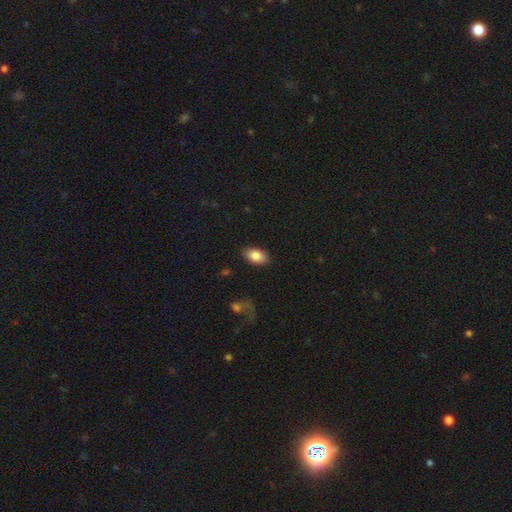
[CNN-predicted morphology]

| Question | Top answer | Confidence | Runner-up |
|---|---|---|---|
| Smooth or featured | smooth | 85% | featured or disk (8%) |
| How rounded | in between | 92% | round (6%) |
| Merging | none | 87% | minor disturbance (9%) |